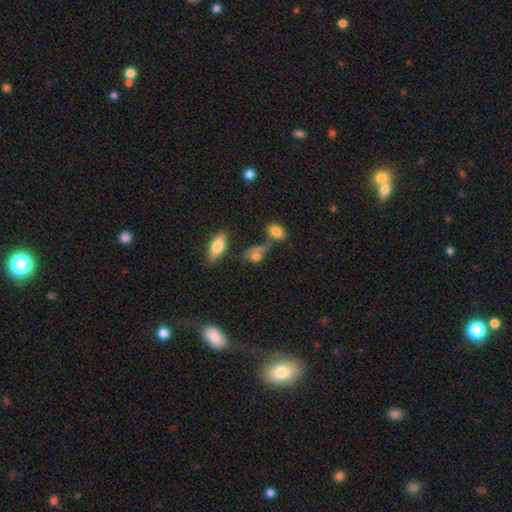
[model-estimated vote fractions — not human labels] Q: Smooth or featured?
A: smooth (70%); runner-up: featured or disk (17%)
Q: How rounded?
A: in between (69%); runner-up: round (23%)
Q: Merging?
A: none (38%); runner-up: merger (30%)